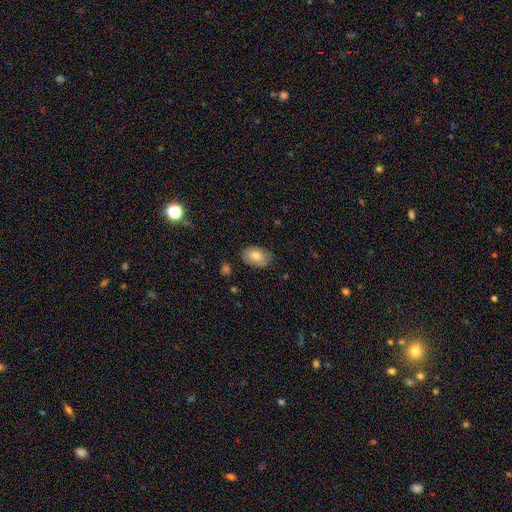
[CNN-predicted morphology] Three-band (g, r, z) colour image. It shows a smooth galaxy with no disk features (80%) that is in between round and cigar-shaped (88%). Merging: none (81%).